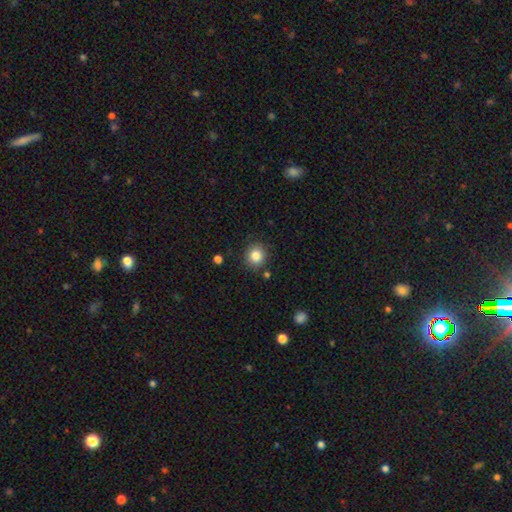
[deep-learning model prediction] Smooth or featured: smooth — 84% (star or artifact — 11%)
How rounded: round — 88% (in between — 11%)
Merging: none — 86% (minor disturbance — 9%)